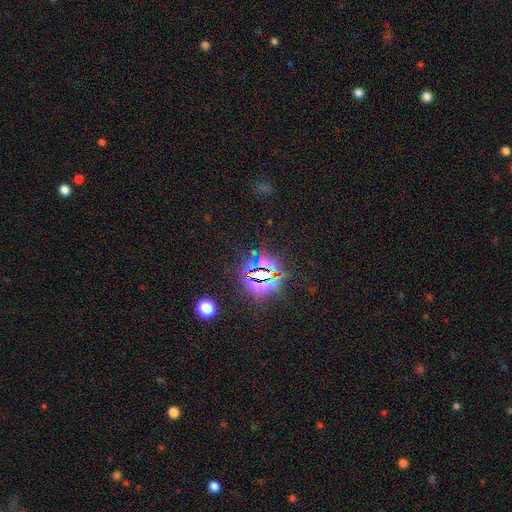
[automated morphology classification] Smooth or featured? Predicted: star or artifact (p=0.80).